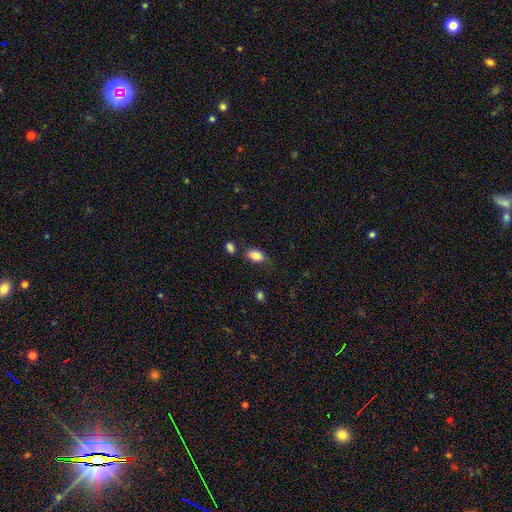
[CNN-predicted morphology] Smooth or featured? smooth (86%)
How rounded? in between (90%)
Merging? none (62%)